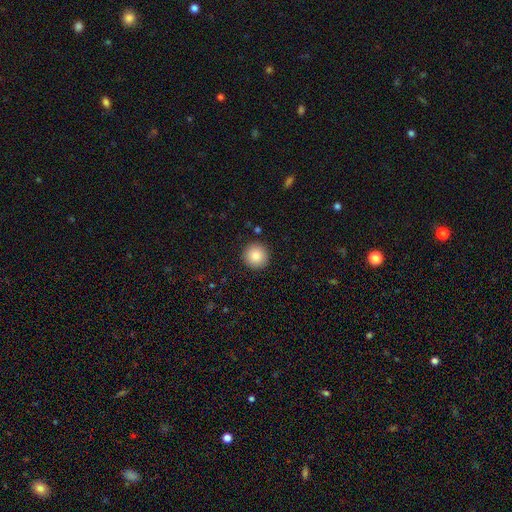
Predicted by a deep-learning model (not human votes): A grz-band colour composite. It shows a smooth galaxy with no disk features (84%) that is round (96%). Merging: none (92%).